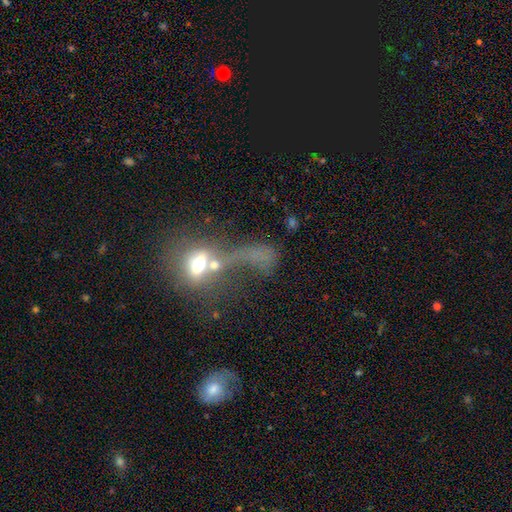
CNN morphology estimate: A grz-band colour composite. It shows a smooth galaxy with no disk features (43%). Merging: merger (41%).